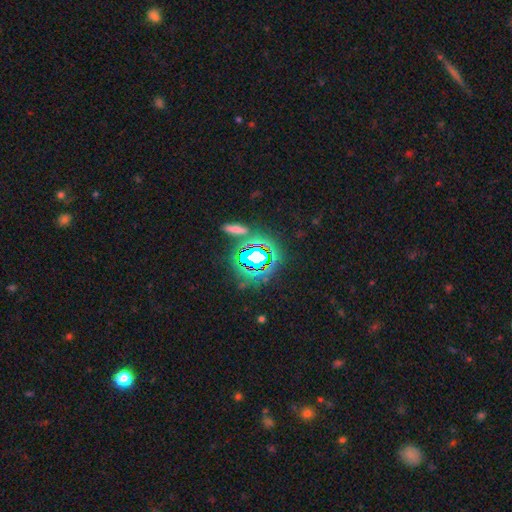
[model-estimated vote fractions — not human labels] A star or artifact, not a galaxy (68%).

Vote fractions:
- Smooth or featured? star or artifact: 68% / smooth: 20% / featured or disk: 12%